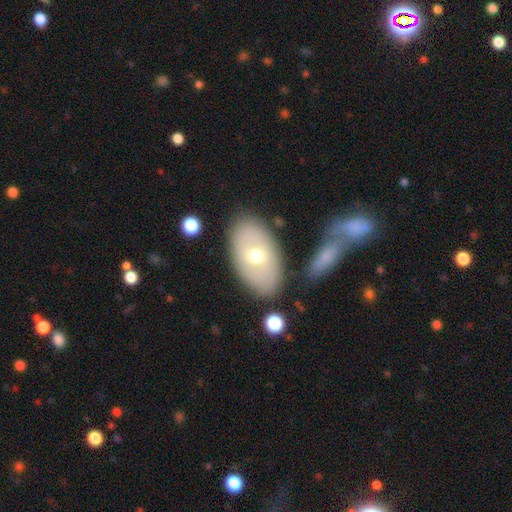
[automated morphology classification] Q: Smooth or featured?
A: smooth (54%); runner-up: featured or disk (39%)
Q: How rounded?
A: in between (91%); runner-up: round (7%)
Q: Merging?
A: none (75%); runner-up: minor disturbance (13%)